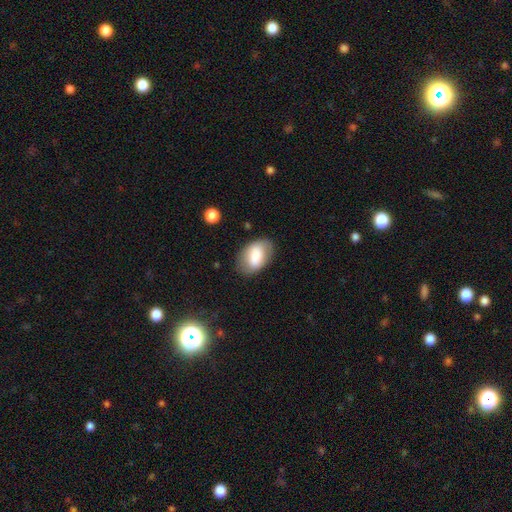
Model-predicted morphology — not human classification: smooth-or-featured: smooth: 76% | featured or disk: 17% | star or artifact: 7%
  how-rounded: in between: 89% | round: 9% | cigar-shaped: 1%
  merging: none: 76% | minor disturbance: 17% | major disturbance: 6% | merger: 2%